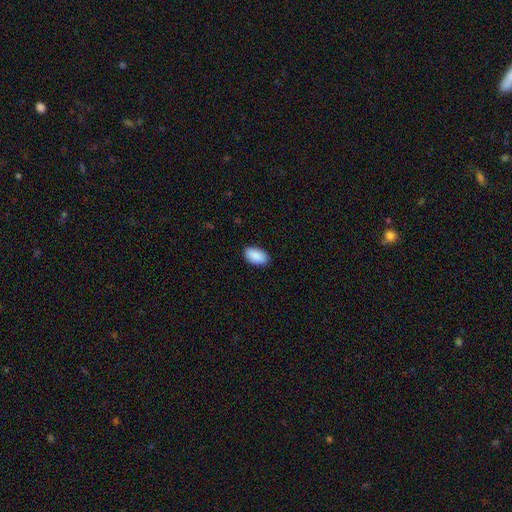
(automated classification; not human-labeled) Smooth or featured: smooth — 91% (star or artifact — 6%)
How rounded: in between — 95% (round — 3%)
Merging: none — 88% (minor disturbance — 9%)